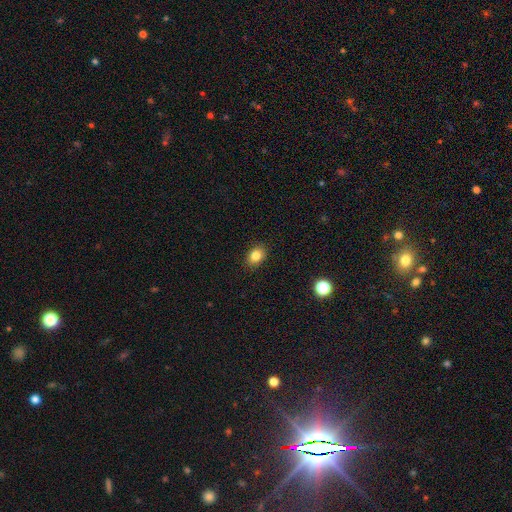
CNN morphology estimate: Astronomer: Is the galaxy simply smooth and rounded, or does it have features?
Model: smooth — 83%.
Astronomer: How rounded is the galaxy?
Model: in between — 68%.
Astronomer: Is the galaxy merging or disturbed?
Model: none — 88%.